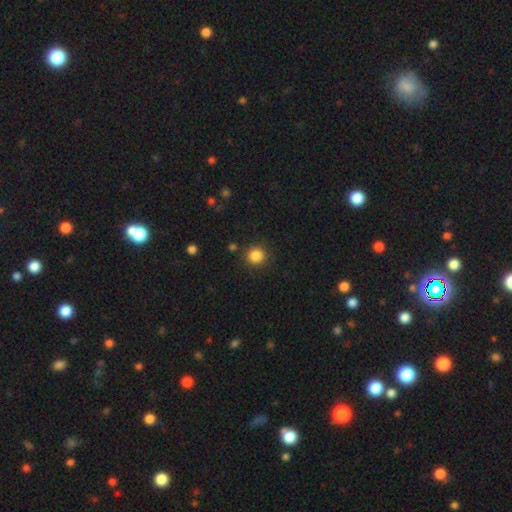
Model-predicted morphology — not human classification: Smooth or featured?
  - smooth: 85% *
  - star or artifact: 11%
  - featured or disk: 4%
How rounded?
  - round: 93% *
  - in between: 6%
  - cigar-shaped: 1%
Merging?
  - none: 89% *
  - minor disturbance: 6%
  - major disturbance: 2%
  - merger: 2%